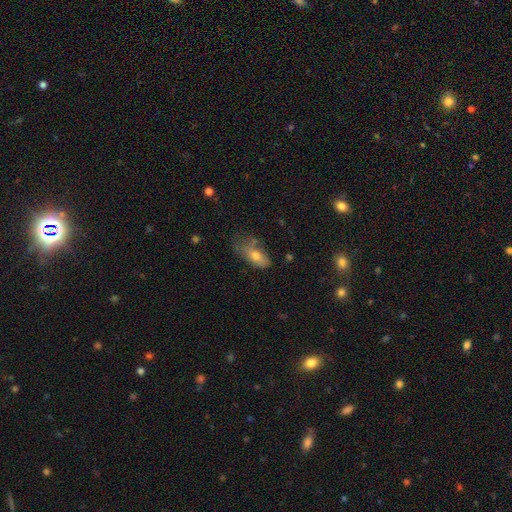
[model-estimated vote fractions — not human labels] This is likely a smooth galaxy (69%). How rounded: clearly in between (86%). Merging: marginally none (35%, tied with minor disturbance).